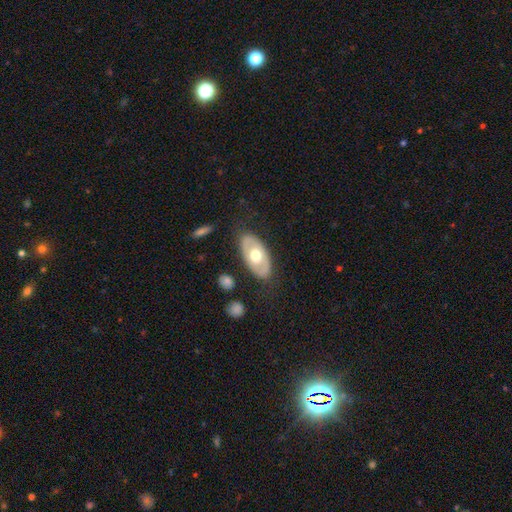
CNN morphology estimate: featured or disk 49%, smooth 46%, star or artifact 5%. Down the decision tree: merging — none (81%).